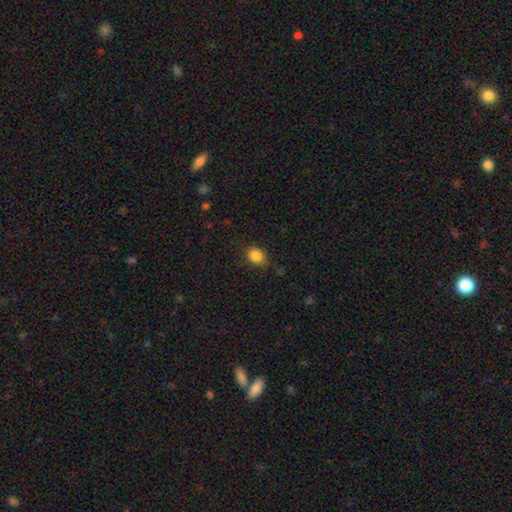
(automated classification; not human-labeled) Smooth or featured?
  - smooth: 85% *
  - star or artifact: 10%
  - featured or disk: 5%
How rounded?
  - round: 52% *
  - in between: 47%
  - cigar-shaped: 1%
Merging?
  - none: 76% *
  - minor disturbance: 19%
  - major disturbance: 4%
  - merger: 1%